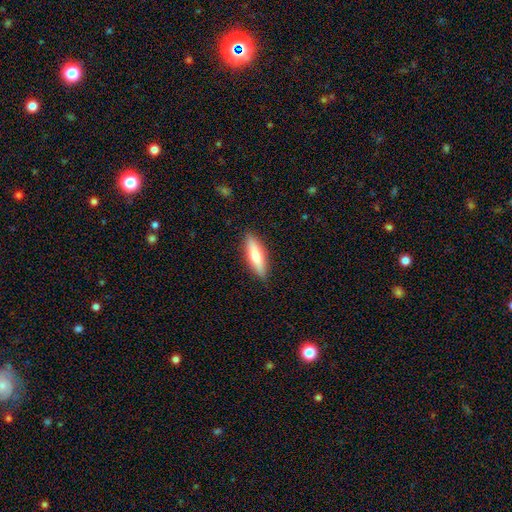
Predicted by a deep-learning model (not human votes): This appears to be a smooth galaxy with no disk features (69%) that is cigar-shaped (61%). Merging: none (87%).